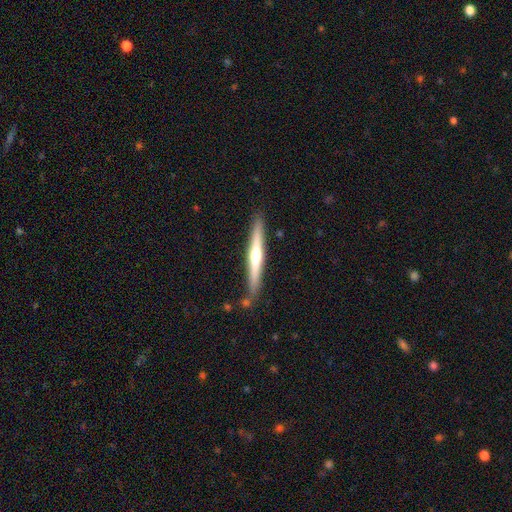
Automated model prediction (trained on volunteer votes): Smooth or featured? featured or disk (61%)
Edge-on disk? yes (97%)
Edge-on bulge? rounded (75%)
Merging? none (84%)